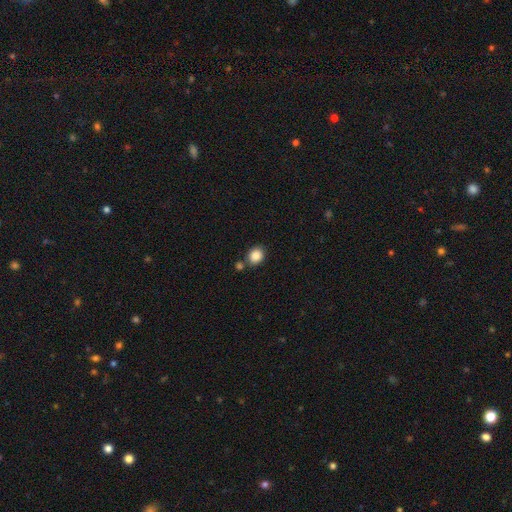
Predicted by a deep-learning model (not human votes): The model was most divided on "how rounded": round: 57%, in between: 42%, cigar-shaped: 1%. More confident: smooth or featured — smooth (87%); merging — none (71%).